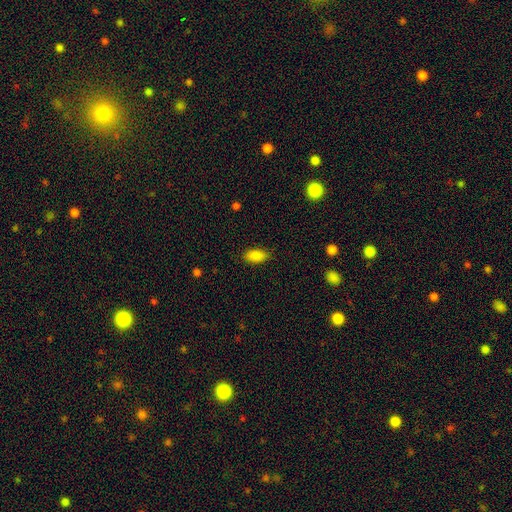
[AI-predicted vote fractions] The model was most divided on "merging": none: 83%, minor disturbance: 13%, major disturbance: 3%, merger: 1%. More confident: how rounded — in between (91%); smooth or featured — smooth (88%).